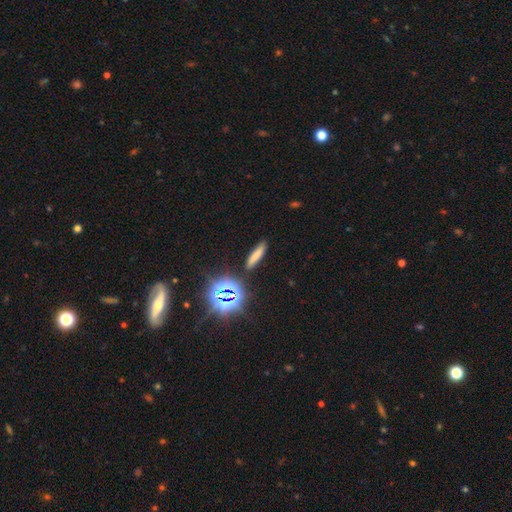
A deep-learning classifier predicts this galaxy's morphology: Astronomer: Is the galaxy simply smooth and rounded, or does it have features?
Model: smooth — 69%.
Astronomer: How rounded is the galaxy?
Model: cigar-shaped — 83%.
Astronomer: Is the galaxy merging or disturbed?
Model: none — 87%.